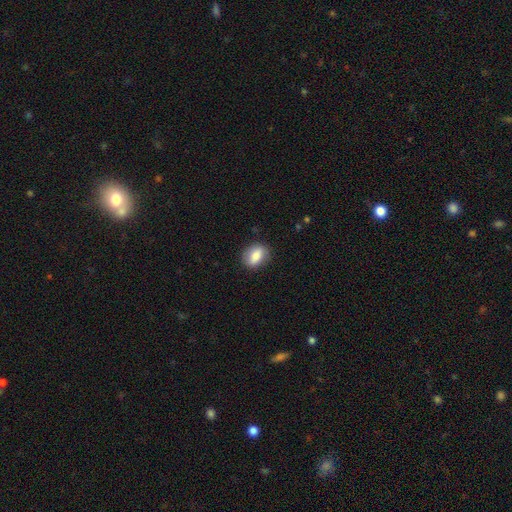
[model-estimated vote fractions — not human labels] Smooth or featured? smooth (79%)
How rounded? in between (72%)
Merging? none (81%)